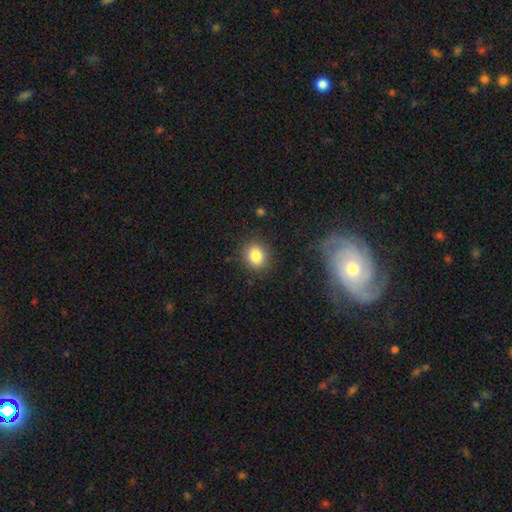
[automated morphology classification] type=smooth (83%); roundness=round (71%); merging=none (88%).